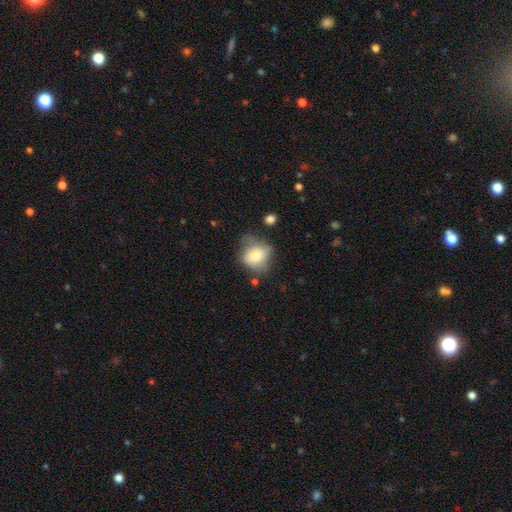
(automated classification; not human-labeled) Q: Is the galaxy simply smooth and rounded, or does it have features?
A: smooth — 70%.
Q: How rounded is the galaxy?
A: round — 65%.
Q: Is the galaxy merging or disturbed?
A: none — 48%.